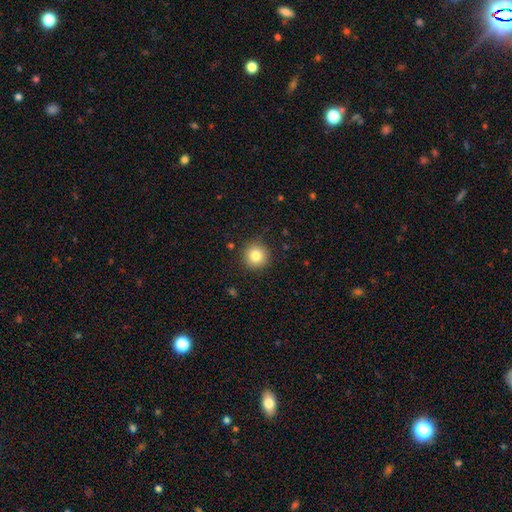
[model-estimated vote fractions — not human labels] Morphology: type=smooth (82%); roundness=round (94%); merging=none (89%).